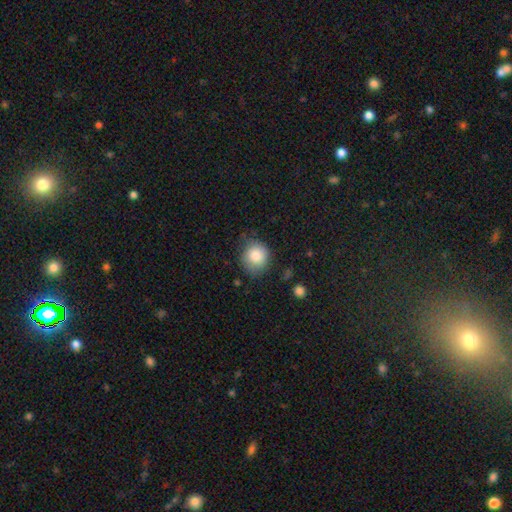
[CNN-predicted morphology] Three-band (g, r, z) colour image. It shows a smooth galaxy with no disk features (83%) that is round (84%). Merging: none (73%).